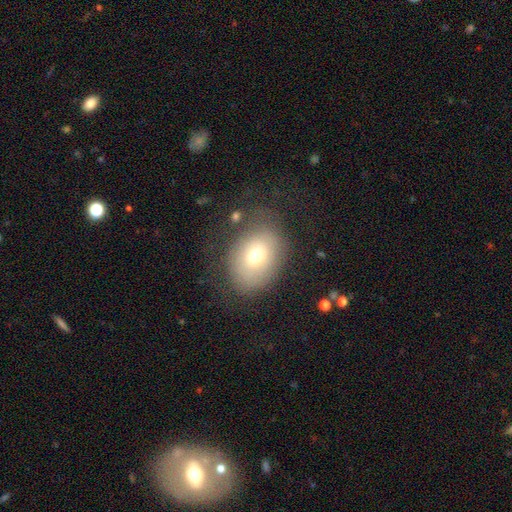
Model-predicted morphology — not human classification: Smooth or featured: smooth — 66% (featured or disk — 23%)
How rounded: in between — 62% (round — 37%)
Merging: none — 67% (minor disturbance — 19%)